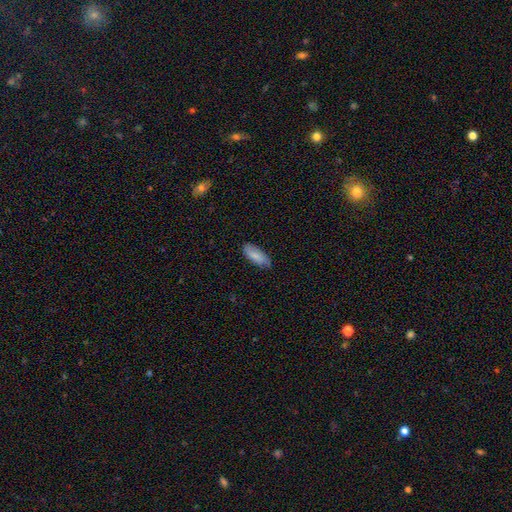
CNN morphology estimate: smooth-or-featured: smooth: 80% | featured or disk: 14% | star or artifact: 6%
  how-rounded: in between: 78% | cigar-shaped: 20% | round: 2%
  merging: none: 79% | minor disturbance: 17% | major disturbance: 3% | merger: 1%